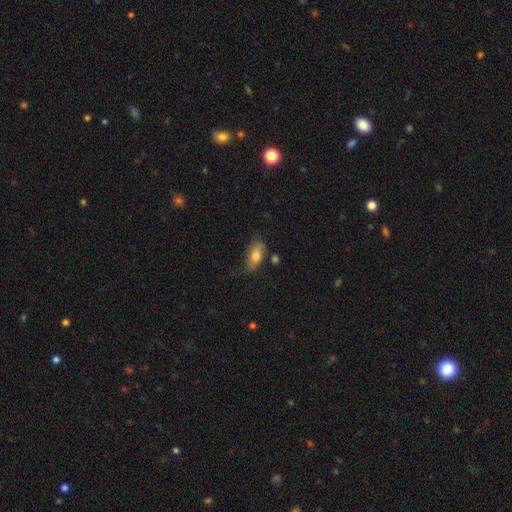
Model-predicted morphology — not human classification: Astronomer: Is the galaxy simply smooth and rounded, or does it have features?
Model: smooth — 76%.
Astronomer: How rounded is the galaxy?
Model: in between — 88%.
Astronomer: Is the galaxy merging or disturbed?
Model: none — 63%.